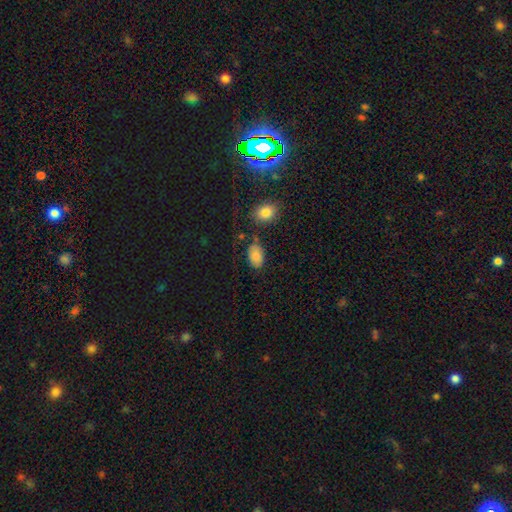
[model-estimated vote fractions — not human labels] The model was most divided on "merging": none: 75%, minor disturbance: 15%, merger: 6%, major disturbance: 4%. More confident: how rounded — in between (89%); smooth or featured — smooth (81%).